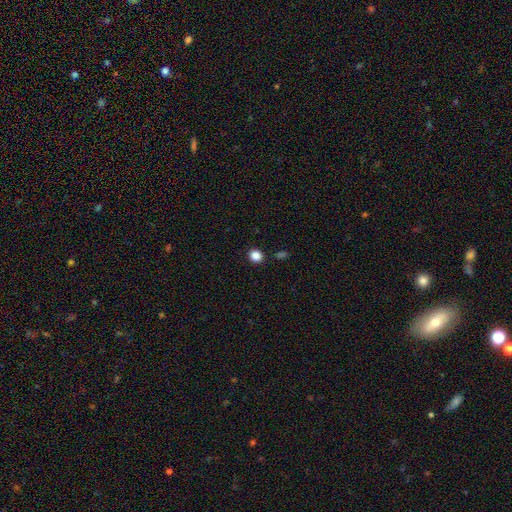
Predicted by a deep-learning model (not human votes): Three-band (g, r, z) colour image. It shows a smooth galaxy with no disk features (86%) that is round (77%). Merging: none (89%).